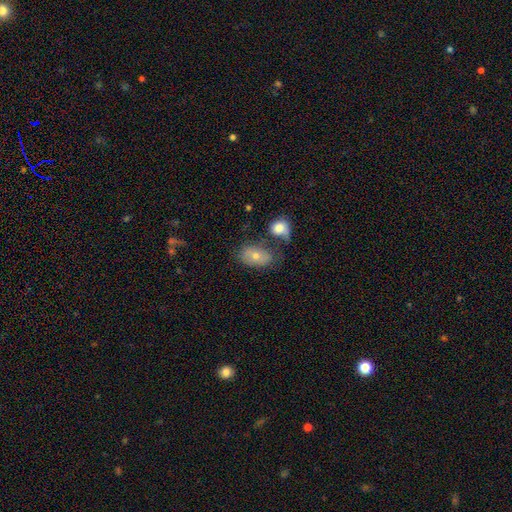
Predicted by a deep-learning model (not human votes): Overall: smooth (61%; featured or disk 28%). How rounded: in between (83%). Merging: none (49%; merger 21%).